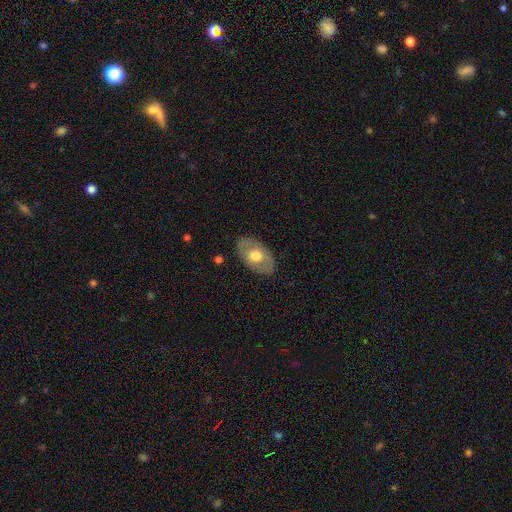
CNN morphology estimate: Smooth or featured?
  - smooth: 56% *
  - featured or disk: 38%
  - star or artifact: 6%
How rounded?
  - in between: 88% *
  - round: 10%
  - cigar-shaped: 1%
Merging?
  - none: 83% *
  - minor disturbance: 12%
  - major disturbance: 3%
  - merger: 1%